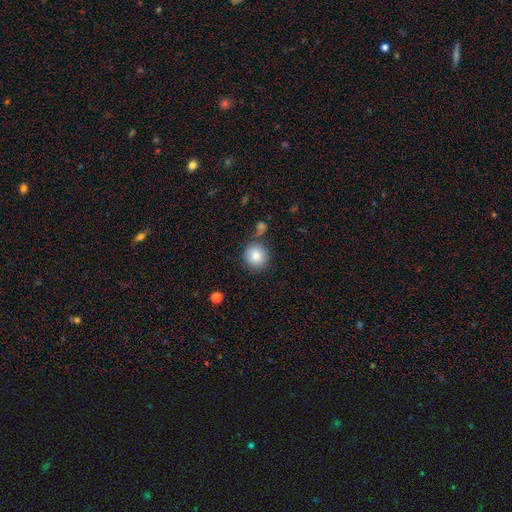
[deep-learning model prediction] Overall: smooth (85%). How rounded: round (89%). Merging: none (78%).